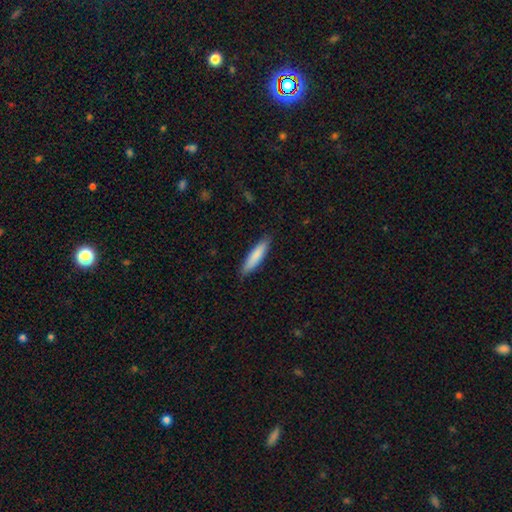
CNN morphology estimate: The model was most divided on "how rounded": cigar-shaped: 81%, in between: 17%, round: 1%. More confident: merging — none (87%); smooth or featured — smooth (81%).